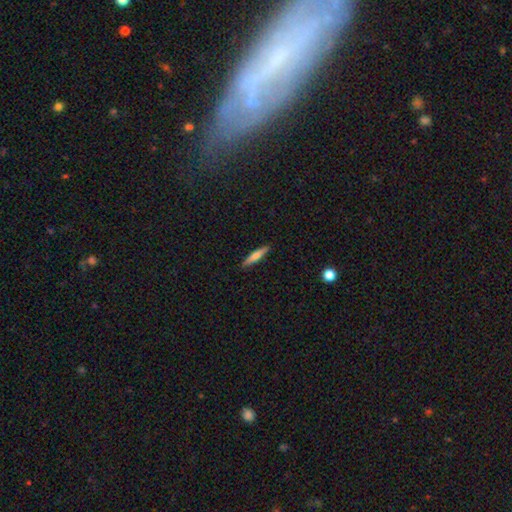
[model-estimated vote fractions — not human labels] A smooth galaxy with no disk features (65%) that is cigar-shaped (89%).

Vote fractions:
- Smooth or featured? smooth: 65% / featured or disk: 29% / star or artifact: 6%
- How rounded? cigar-shaped: 89% / in between: 10% / round: 2%
- Merging? none: 89% / minor disturbance: 8% / major disturbance: 2% / merger: 1%